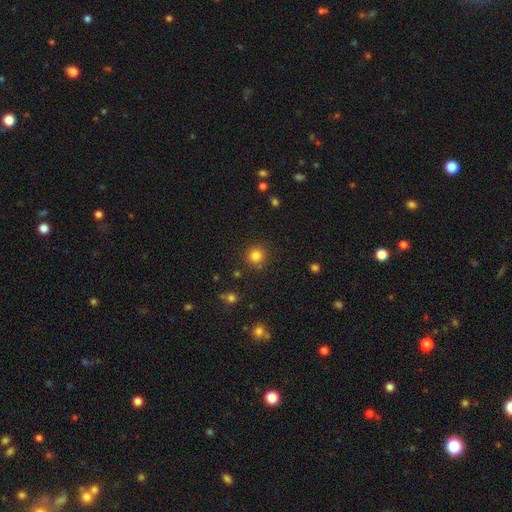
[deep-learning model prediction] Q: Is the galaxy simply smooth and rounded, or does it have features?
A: smooth — 82%.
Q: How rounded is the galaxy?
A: round — 93%.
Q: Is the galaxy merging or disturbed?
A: none — 88%.